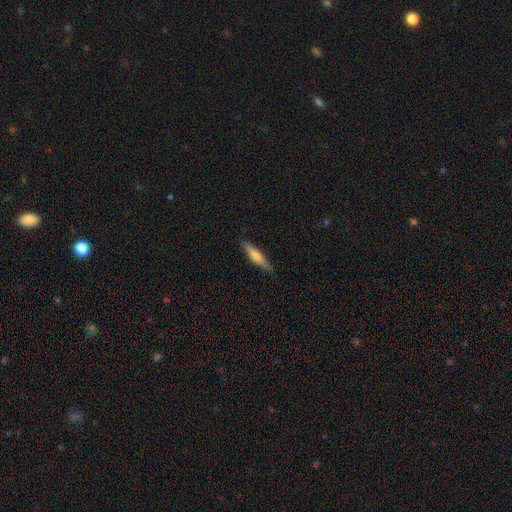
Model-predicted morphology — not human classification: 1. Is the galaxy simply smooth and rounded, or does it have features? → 60% smooth, 35% featured or disk, 6% star or artifact.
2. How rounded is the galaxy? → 86% cigar-shaped, 13% in between, 2% round.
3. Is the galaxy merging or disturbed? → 87% none, 10% minor disturbance, 2% major disturbance, 1% merger.